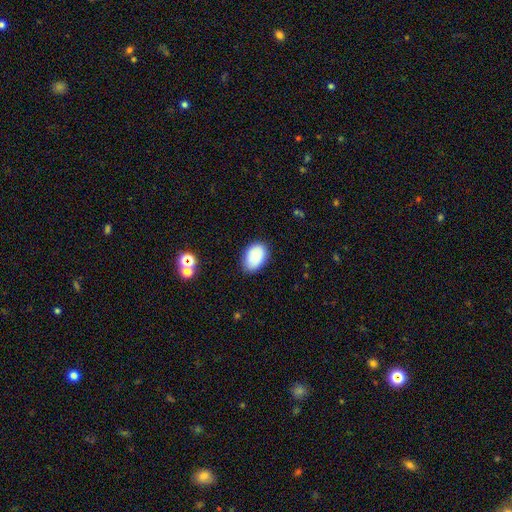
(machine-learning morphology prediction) smooth_or_featured: smooth (p=0.87) [alt: star or artifact p=0.07]
how_rounded: in between (p=0.88) [alt: round p=0.11]
merging: none (p=0.83) [alt: minor disturbance p=0.13]